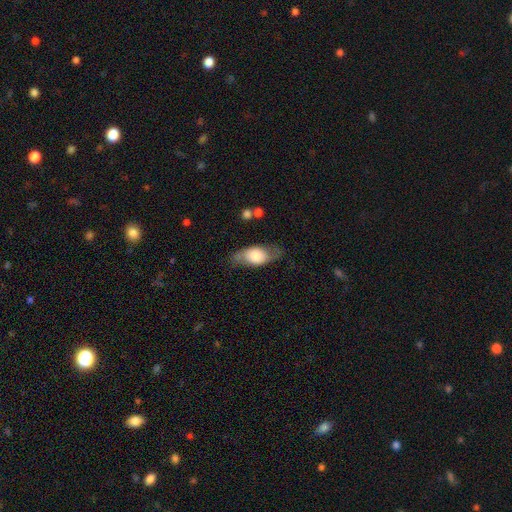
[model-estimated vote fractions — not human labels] Q: Smooth or featured?
A: smooth (58%); runner-up: featured or disk (35%)
Q: How rounded?
A: in between (82%); runner-up: cigar-shaped (9%)
Q: Merging?
A: none (66%); runner-up: minor disturbance (22%)